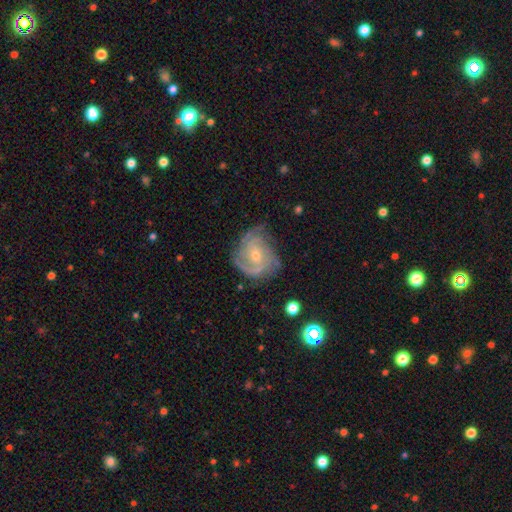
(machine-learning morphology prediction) smooth-or-featured: featured or disk: 86% | smooth: 8% | star or artifact: 6%
  disk-edge-on: no: 98% | yes: 2%
    bar: no: 65% | weak: 30% | strong: 5%
    has-spiral-arms: yes: 96% | no: 4%
      spiral-winding: tight: 52% | medium: 39% | loose: 9%
      spiral-arm-count: 3: 35% | 2: 26% | can't tell: 20% | 4: 8% | 1: 6% | more than 4: 5%
    bulge-size: small: 56% | moderate: 41% | none: 1% | large: 1% | dominant: 1%
  merging: none: 66% | minor disturbance: 23% | major disturbance: 9% | merger: 2%